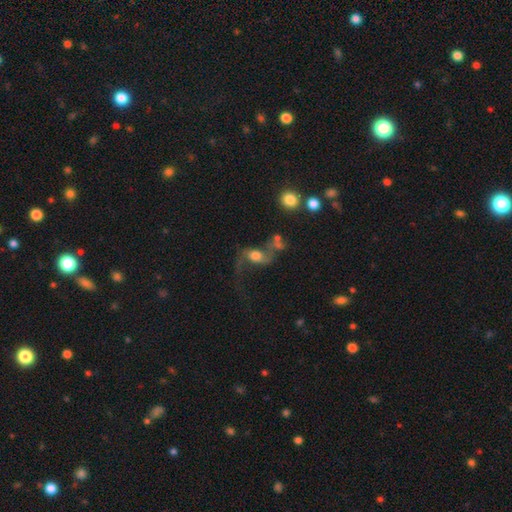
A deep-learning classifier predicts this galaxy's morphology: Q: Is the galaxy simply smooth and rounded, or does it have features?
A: featured or disk — 59%.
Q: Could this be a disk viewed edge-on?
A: no — 94%.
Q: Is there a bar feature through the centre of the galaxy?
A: no — 66%.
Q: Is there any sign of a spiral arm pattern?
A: yes — 79%.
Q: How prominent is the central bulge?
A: moderate — 43%.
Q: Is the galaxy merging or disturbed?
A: major disturbance — 35%.